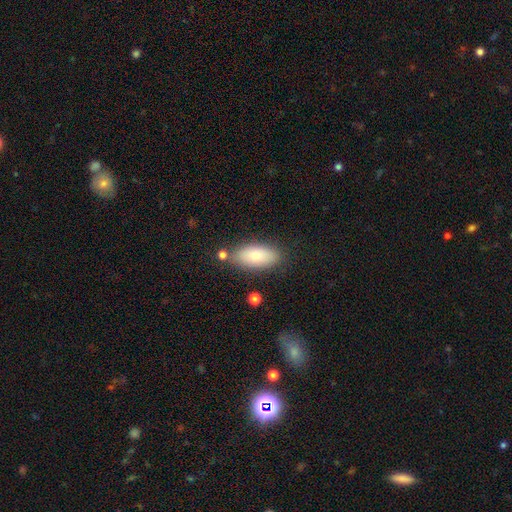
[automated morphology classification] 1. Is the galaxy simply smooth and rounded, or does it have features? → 74% smooth, 19% featured or disk, 7% star or artifact.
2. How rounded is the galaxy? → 89% in between, 7% cigar-shaped, 4% round.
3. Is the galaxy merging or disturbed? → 78% none, 13% minor disturbance, 6% merger, 3% major disturbance.